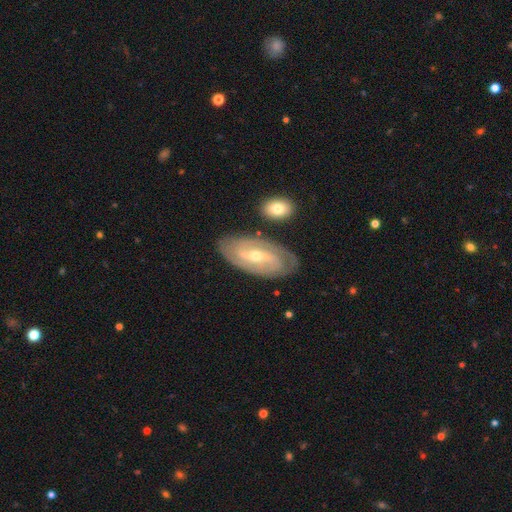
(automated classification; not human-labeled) The model was most divided on "bulge size": small: 54%, moderate: 44%, large: 1%, none: 1%, dominant: 1%. Remaining: edge-on disk — no (92%); spiral arms — yes (91%); smooth or featured — featured or disk (81%); merging — none (79%); spiral arm count — 2 (62%); spiral winding — tight (51%); bar — weak (43%).